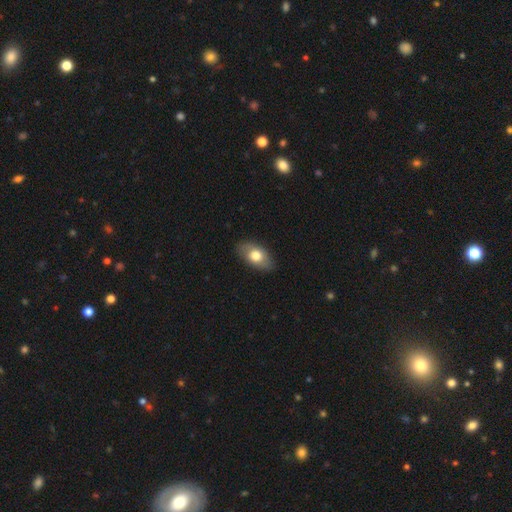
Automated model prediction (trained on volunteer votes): The model was most divided on "smooth or featured": smooth: 70%, featured or disk: 24%, star or artifact: 7%. More confident: how rounded — in between (90%); merging — none (83%).